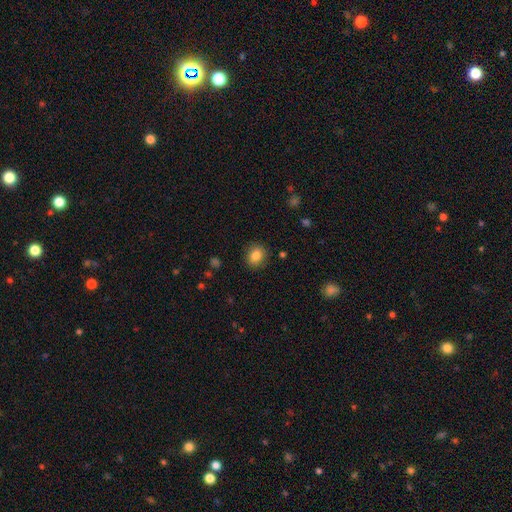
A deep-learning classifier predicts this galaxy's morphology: Smooth or featured?
  - smooth: 83% *
  - star or artifact: 10%
  - featured or disk: 7%
How rounded?
  - round: 66% *
  - in between: 33%
  - cigar-shaped: 1%
Merging?
  - none: 88% *
  - minor disturbance: 8%
  - major disturbance: 2%
  - merger: 1%